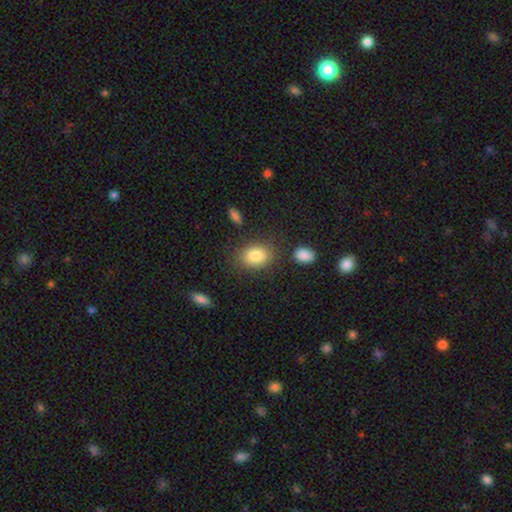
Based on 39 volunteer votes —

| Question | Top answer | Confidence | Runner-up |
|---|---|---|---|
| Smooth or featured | smooth | 85% | featured or disk (13%) |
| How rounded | in between | 58% | round (39%) |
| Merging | none | 82% | minor disturbance (13%) |